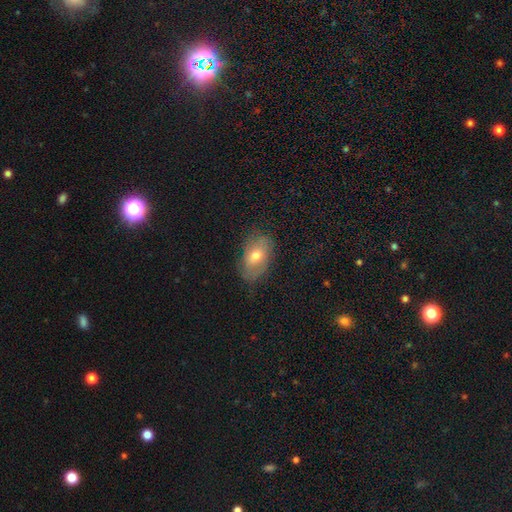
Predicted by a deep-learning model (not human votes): smooth_or_featured: smooth (p=0.52) [alt: featured or disk p=0.37]
how_rounded: in between (p=0.89) [alt: round p=0.09]
merging: none (p=0.73) [alt: minor disturbance p=0.20]